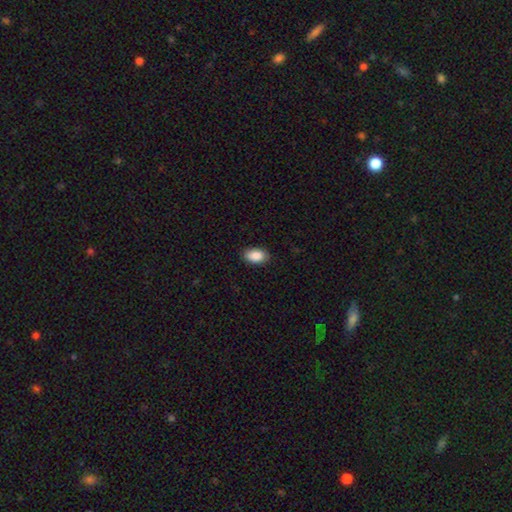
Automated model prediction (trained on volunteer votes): Smooth or featured: smooth — 89% (star or artifact — 7%)
How rounded: in between — 92% (round — 6%)
Merging: none — 88% (minor disturbance — 9%)